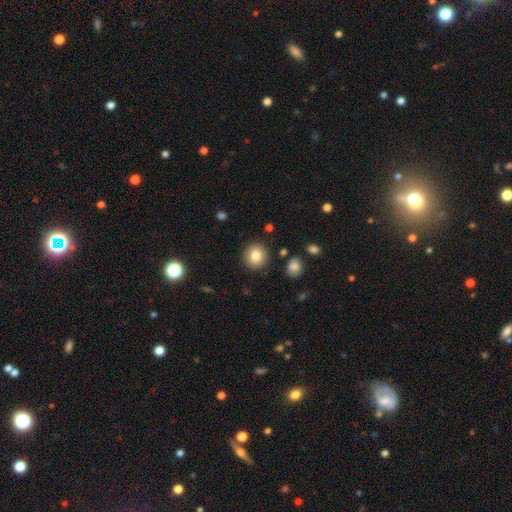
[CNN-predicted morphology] Smooth or featured?
  - smooth: 83% *
  - star or artifact: 9%
  - featured or disk: 8%
How rounded?
  - round: 89% *
  - in between: 10%
  - cigar-shaped: 1%
Merging?
  - none: 90% *
  - minor disturbance: 6%
  - major disturbance: 2%
  - merger: 2%